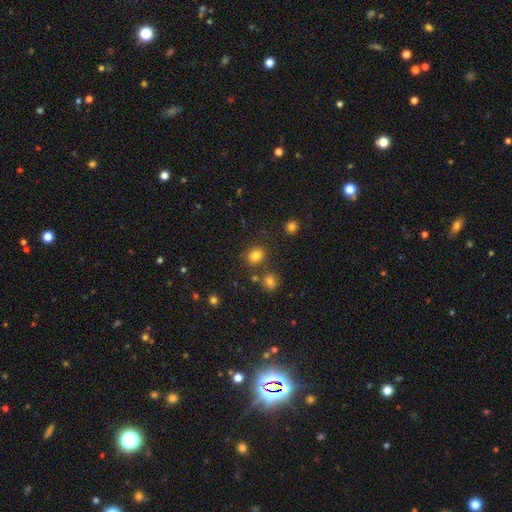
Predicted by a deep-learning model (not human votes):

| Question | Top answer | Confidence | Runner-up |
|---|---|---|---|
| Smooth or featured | smooth | 82% | star or artifact (13%) |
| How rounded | round | 55% | in between (44%) |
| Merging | none | 78% | minor disturbance (10%) |